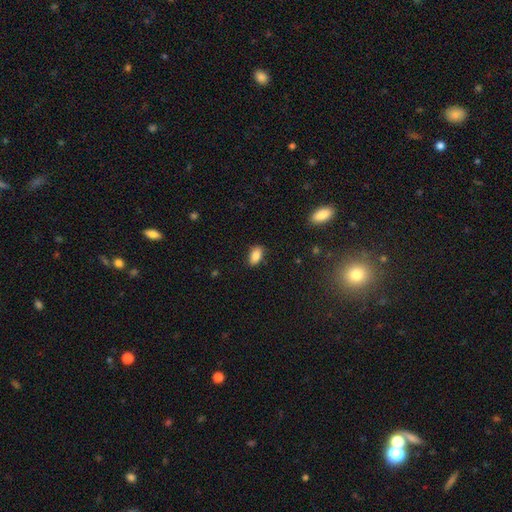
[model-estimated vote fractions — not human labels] This appears to be a smooth galaxy with no disk features (86%) that is in between round and cigar-shaped (91%). Merging: none (84%).